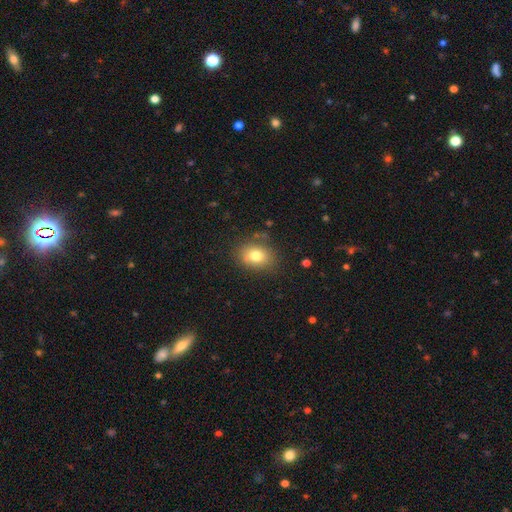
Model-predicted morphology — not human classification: Q: Smooth or featured?
A: smooth (78%); runner-up: featured or disk (11%)
Q: How rounded?
A: in between (60%); runner-up: round (39%)
Q: Merging?
A: none (80%); runner-up: minor disturbance (14%)